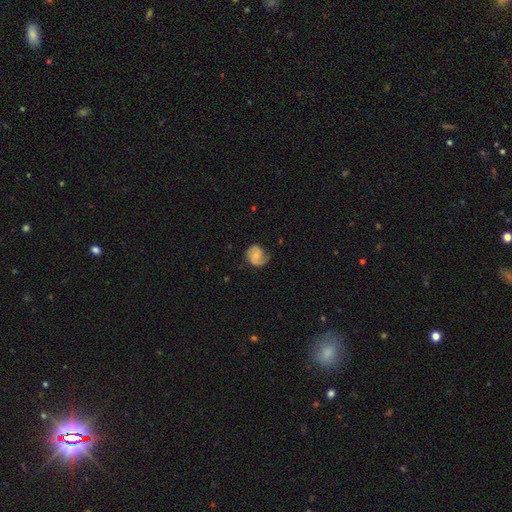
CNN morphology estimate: smooth-or-featured: featured or disk: 65% | smooth: 28% | star or artifact: 7%
  disk-edge-on: no: 98% | yes: 2%
    bar: no: 65% | weak: 31% | strong: 5%
    has-spiral-arms: yes: 93% | no: 7%
      spiral-winding: medium: 43% | tight: 35% | loose: 22%
      spiral-arm-count: 2: 61% | 1: 27% | can't tell: 8% | 3: 2% | 4: 1% | more than 4: 1%
    bulge-size: small: 55% | moderate: 24% | none: 18% | large: 2% | dominant: 1%
  merging: none: 61% | minor disturbance: 25% | major disturbance: 12% | merger: 1%